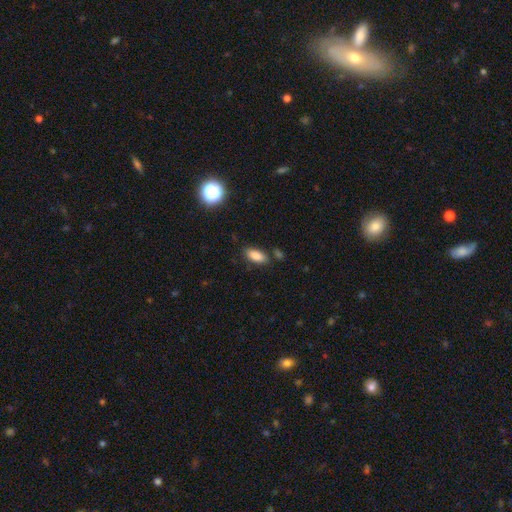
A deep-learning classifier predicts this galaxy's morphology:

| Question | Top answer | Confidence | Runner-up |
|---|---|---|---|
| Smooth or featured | smooth | 84% | star or artifact (9%) |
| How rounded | in between | 85% | cigar-shaped (12%) |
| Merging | none | 80% | minor disturbance (12%) |